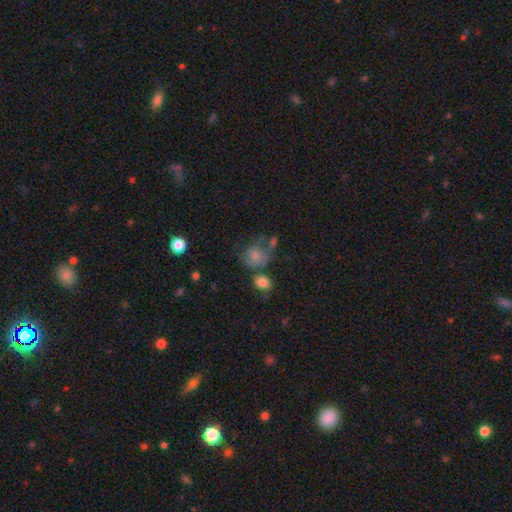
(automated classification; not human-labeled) smooth-or-featured: smooth: 61% | featured or disk: 28% | star or artifact: 11%
  how-rounded: round: 64% | in between: 35% | cigar-shaped: 1%
  merging: none: 33% | major disturbance: 27% | minor disturbance: 23% | merger: 18%